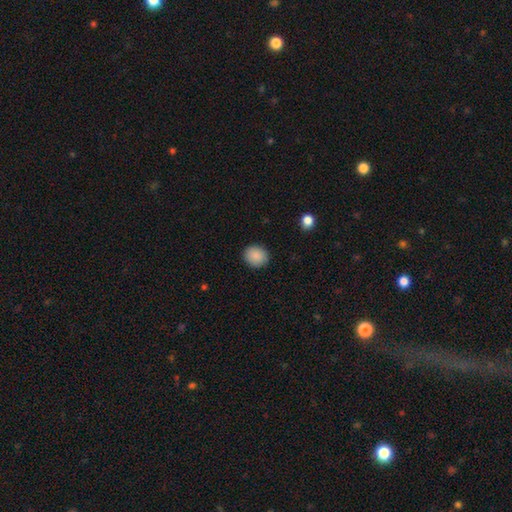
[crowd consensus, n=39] A smooth galaxy with no disk features (90%) that is round (89%).

Vote fractions:
- Smooth or featured? smooth: 90% / star or artifact: 10% / featured or disk: 0%
- How rounded? round: 89% / in between: 11% / cigar-shaped: 0%
- Merging? none: 83% / minor disturbance: 9% / major disturbance: 9% / merger: 0%